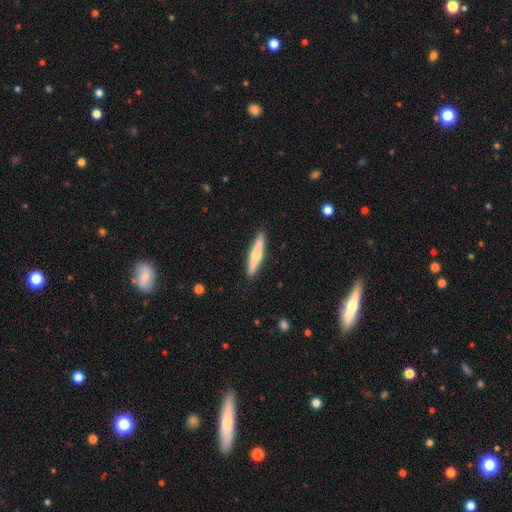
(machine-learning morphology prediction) Smooth or featured? Predicted: smooth (p=0.49). Merging? Predicted: none (p=0.90).